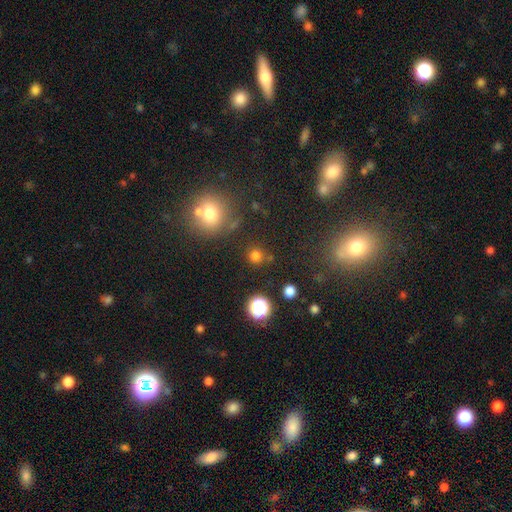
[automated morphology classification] Overall: smooth (73%). How rounded: round (91%). Merging: none (79%).